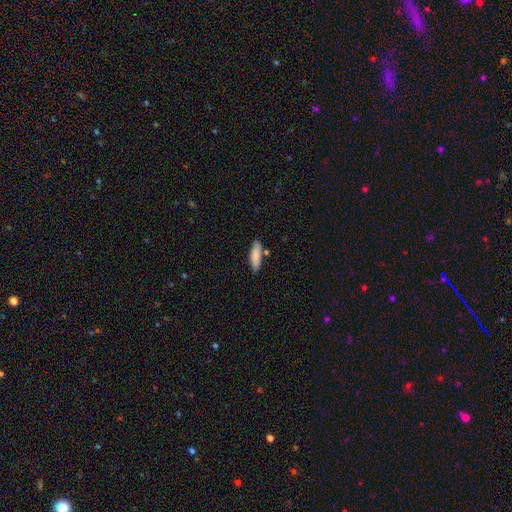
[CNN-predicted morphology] Smooth or featured? Predicted: smooth (p=0.86). How rounded? Predicted: cigar-shaped (p=0.54). Merging? Predicted: none (p=0.78).